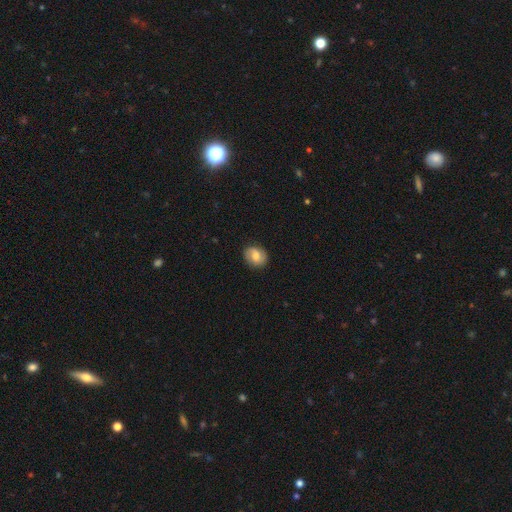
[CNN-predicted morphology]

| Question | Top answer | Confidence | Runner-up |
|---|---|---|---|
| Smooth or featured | smooth | 61% | featured or disk (31%) |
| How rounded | round | 54% | in between (45%) |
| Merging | none | 85% | minor disturbance (11%) |